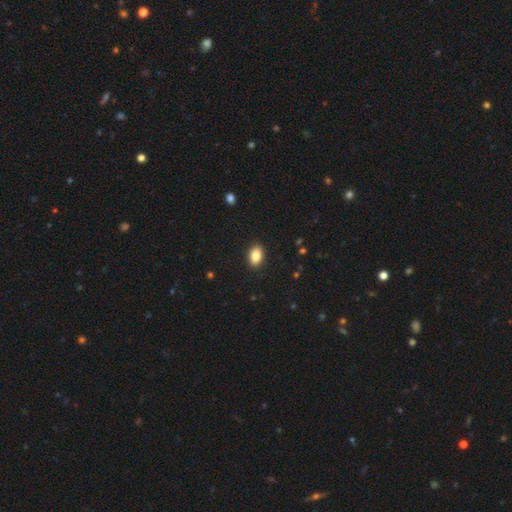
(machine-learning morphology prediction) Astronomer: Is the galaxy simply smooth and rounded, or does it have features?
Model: smooth — 85%.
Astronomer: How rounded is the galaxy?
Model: in between — 86%.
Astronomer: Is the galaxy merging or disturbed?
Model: none — 90%.